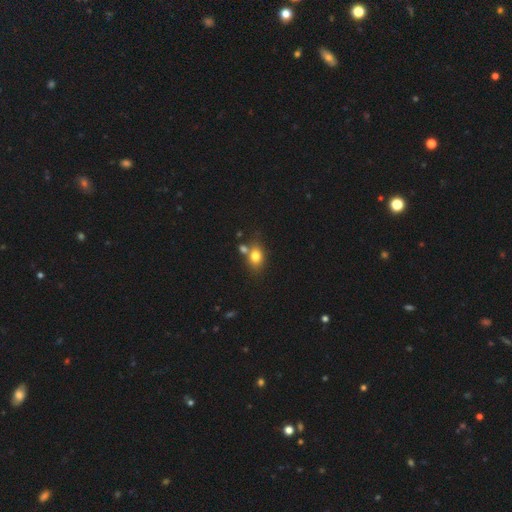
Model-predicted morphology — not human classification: type=smooth (78%); roundness=in between (66%); merging=none (56%).